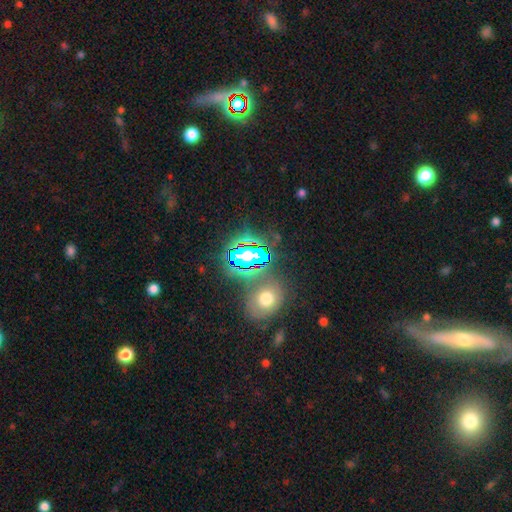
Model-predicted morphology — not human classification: smooth-or-featured: star or artifact: 63% | smooth: 26% | featured or disk: 12%